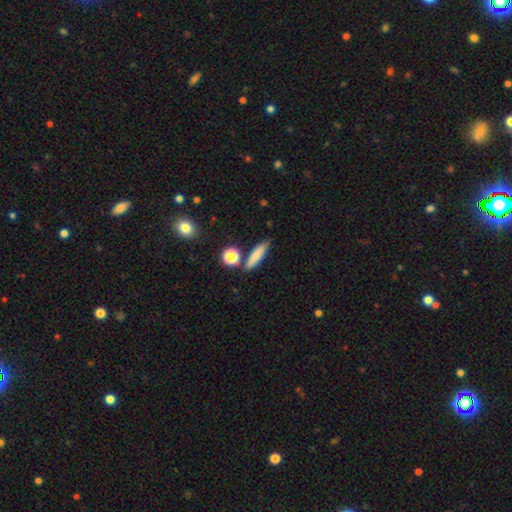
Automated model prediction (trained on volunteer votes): smooth_or_featured: smooth (p=0.78) [alt: featured or disk p=0.13]
how_rounded: cigar-shaped (p=0.67) [alt: in between p=0.27]
merging: none (p=0.77) [alt: minor disturbance p=0.12]